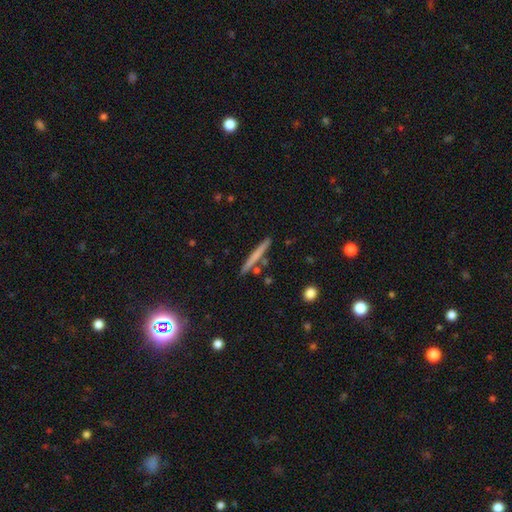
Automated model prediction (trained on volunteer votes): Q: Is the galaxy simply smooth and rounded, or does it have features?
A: smooth — 56%.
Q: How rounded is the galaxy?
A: cigar-shaped — 96%.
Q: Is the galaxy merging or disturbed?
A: none — 87%.